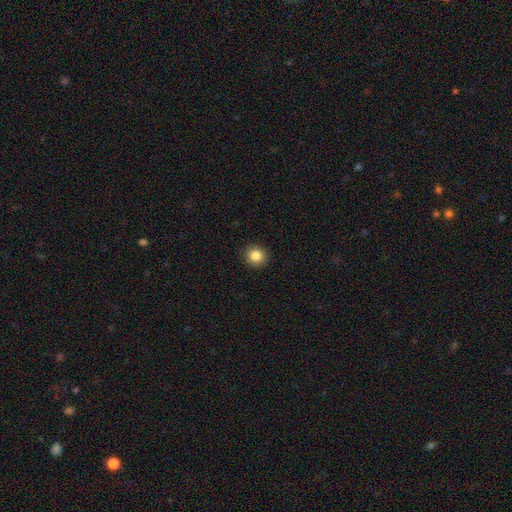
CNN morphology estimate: Q: Smooth or featured?
A: smooth (85%); runner-up: star or artifact (10%)
Q: How rounded?
A: round (88%); runner-up: in between (11%)
Q: Merging?
A: none (92%); runner-up: minor disturbance (6%)